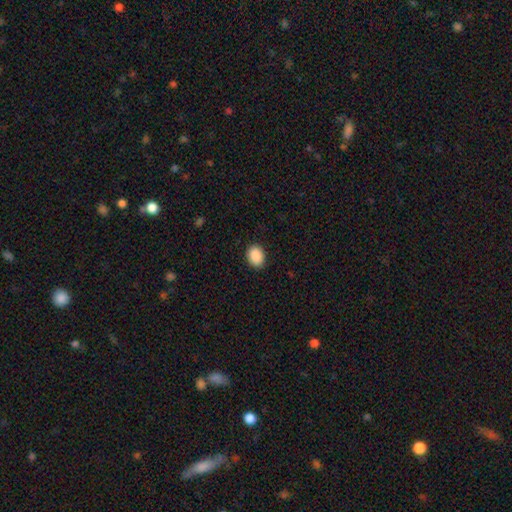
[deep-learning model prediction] This appears to be a smooth galaxy with no disk features (90%) that is in between round and cigar-shaped (66%). Merging: none (90%).